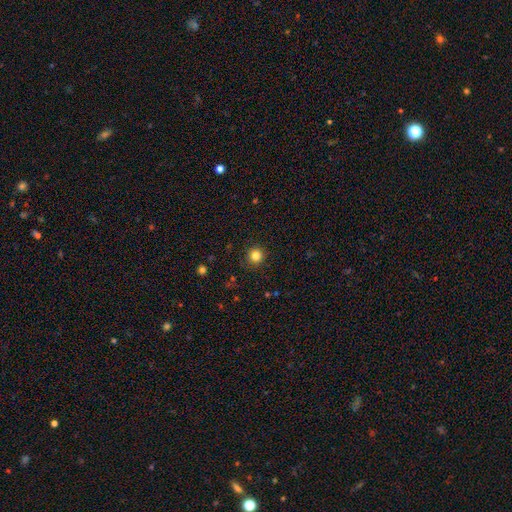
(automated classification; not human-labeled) A smooth galaxy with no disk features (82%) that is round (94%).

Vote fractions:
- Smooth or featured? smooth: 82% / star or artifact: 12% / featured or disk: 5%
- How rounded? round: 94% / in between: 5% / cigar-shaped: 1%
- Merging? none: 89% / minor disturbance: 7% / major disturbance: 2% / merger: 1%